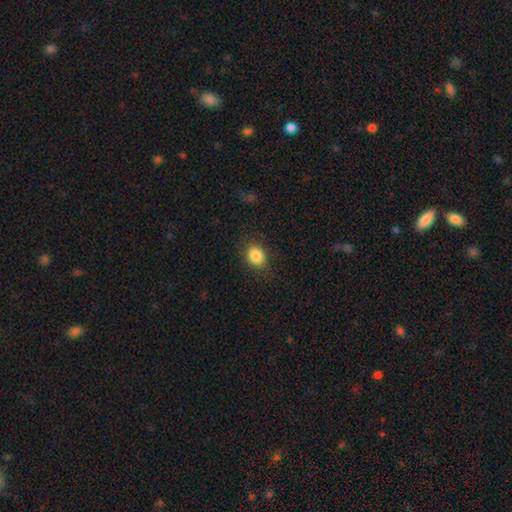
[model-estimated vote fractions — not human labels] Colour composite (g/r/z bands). It shows a smooth galaxy with no disk features (85%) that is in between round and cigar-shaped (50%). Merging: none (83%).